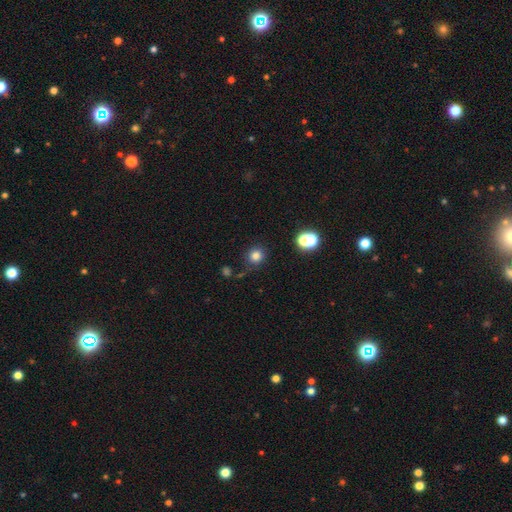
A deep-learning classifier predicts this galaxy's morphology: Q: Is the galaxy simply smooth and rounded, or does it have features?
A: smooth — 80%.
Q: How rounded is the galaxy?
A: round — 87%.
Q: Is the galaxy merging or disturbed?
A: none — 81%.